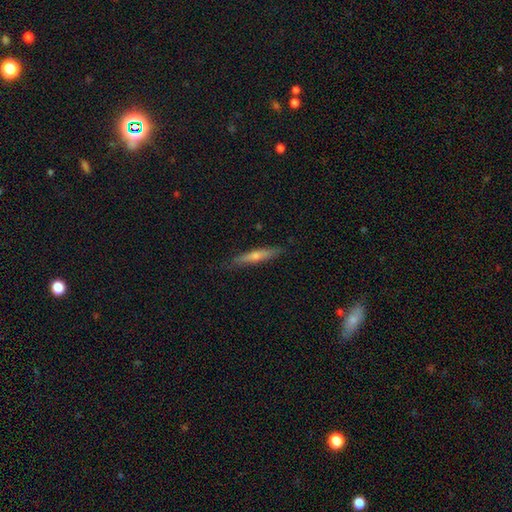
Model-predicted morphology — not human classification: Q: Smooth or featured?
A: featured or disk (50%); runner-up: smooth (44%)
Q: Merging?
A: none (86%); runner-up: minor disturbance (11%)